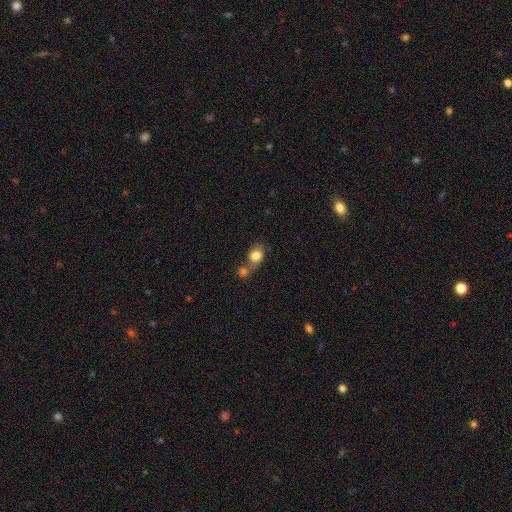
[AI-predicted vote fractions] A smooth galaxy with no disk features (81%) that is round (52%). Merging: merger (48%).